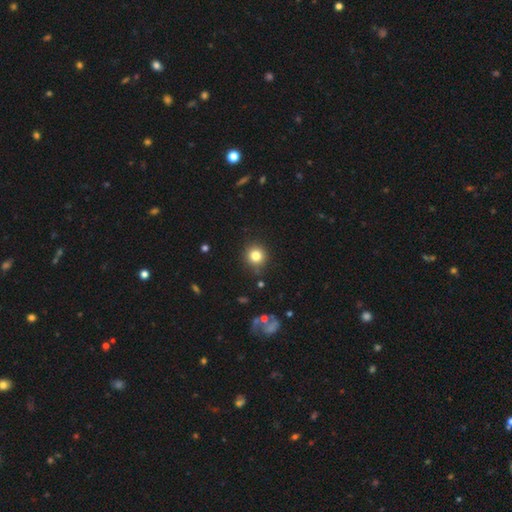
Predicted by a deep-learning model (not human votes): A smooth galaxy with no disk features (81%) that is round (92%).

Vote fractions:
- Smooth or featured? smooth: 81% / star or artifact: 12% / featured or disk: 7%
- How rounded? round: 92% / in between: 7% / cigar-shaped: 1%
- Merging? none: 85% / minor disturbance: 10% / major disturbance: 3% / merger: 2%